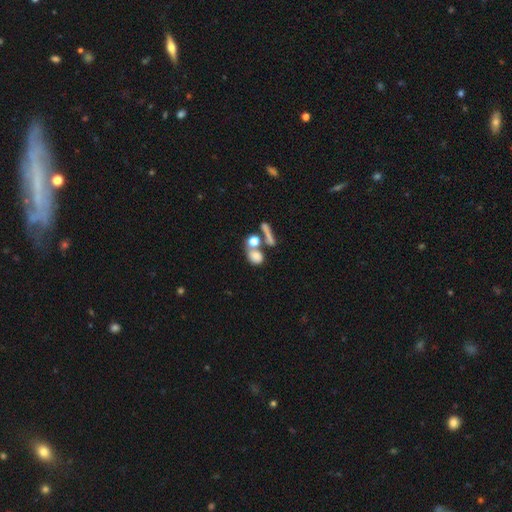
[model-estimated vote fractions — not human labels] Smooth or featured? smooth (72%)
How rounded? round (59%)
Merging? none (44%)